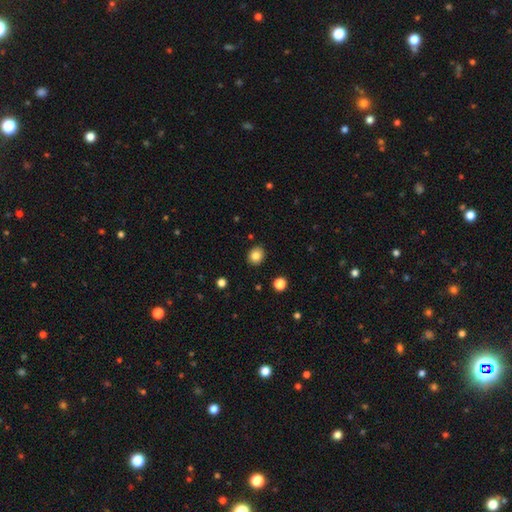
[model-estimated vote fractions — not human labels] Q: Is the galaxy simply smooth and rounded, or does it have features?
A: smooth — 83%.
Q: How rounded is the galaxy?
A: round — 71%.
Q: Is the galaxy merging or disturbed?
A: none — 90%.